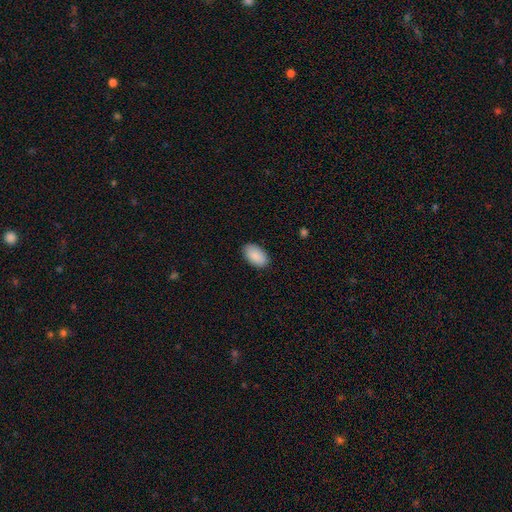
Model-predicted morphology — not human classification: The model was most divided on "merging": none: 88%, minor disturbance: 9%, major disturbance: 2%, merger: 1%. More confident: how rounded — in between (95%); smooth or featured — smooth (91%).